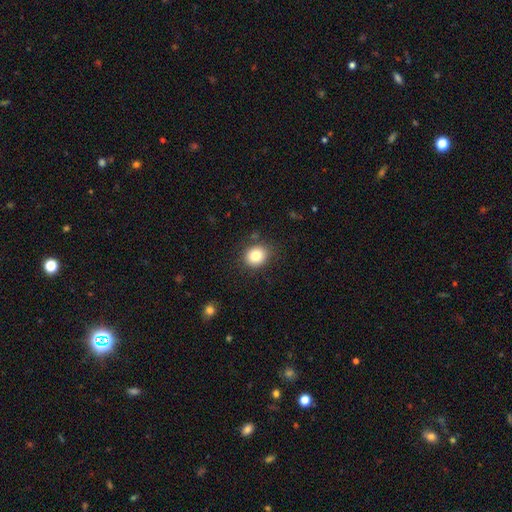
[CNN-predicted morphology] Smooth or featured?
  - smooth: 82% *
  - star or artifact: 11%
  - featured or disk: 8%
How rounded?
  - round: 72% *
  - in between: 27%
  - cigar-shaped: 1%
Merging?
  - none: 85% *
  - minor disturbance: 10%
  - major disturbance: 3%
  - merger: 2%